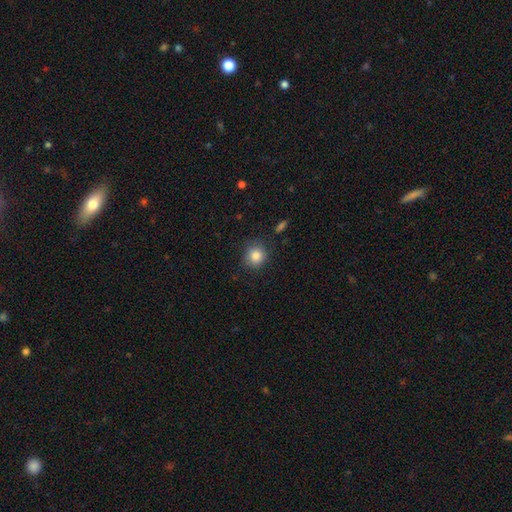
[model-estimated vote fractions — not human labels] Overall: smooth (85%). How rounded: round (88%). Merging: none (81%).